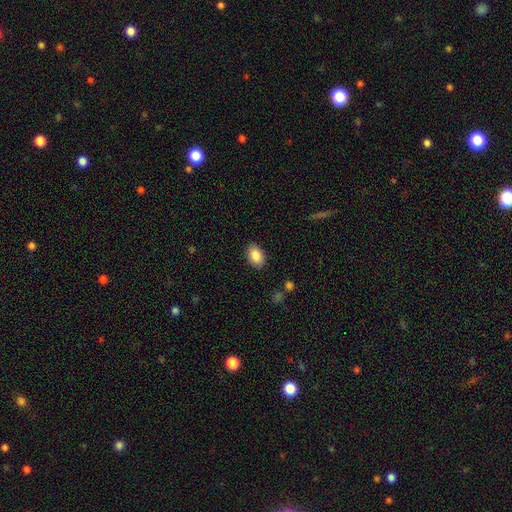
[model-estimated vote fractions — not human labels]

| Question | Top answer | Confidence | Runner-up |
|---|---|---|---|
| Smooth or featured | smooth | 87% | star or artifact (7%) |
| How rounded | in between | 90% | round (9%) |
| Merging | none | 88% | minor disturbance (9%) |